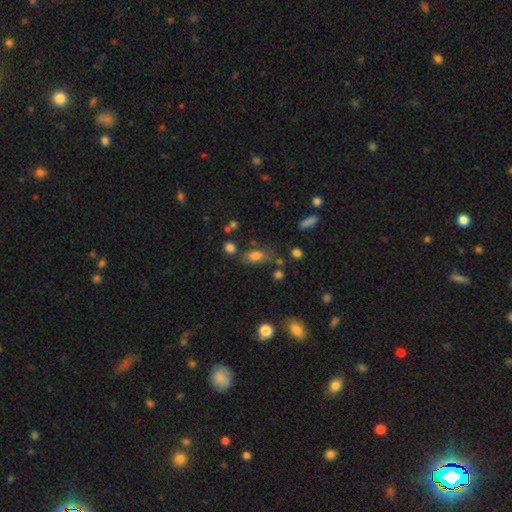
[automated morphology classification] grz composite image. It shows a smooth galaxy with no disk features (79%) that is in between round and cigar-shaped (83%). Merging: none (59%).